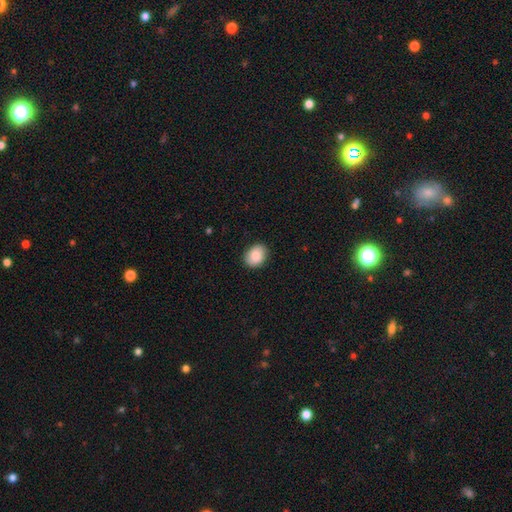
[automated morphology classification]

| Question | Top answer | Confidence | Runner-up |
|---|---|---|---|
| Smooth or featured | smooth | 86% | featured or disk (7%) |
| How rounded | in between | 55% | round (44%) |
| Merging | none | 86% | minor disturbance (10%) |